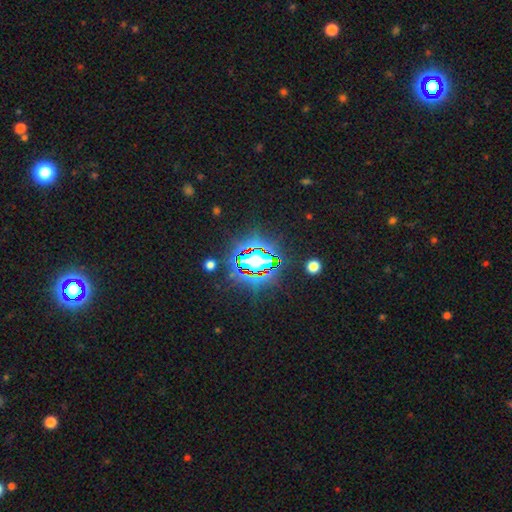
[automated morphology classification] A star or artifact, not a galaxy (81%).